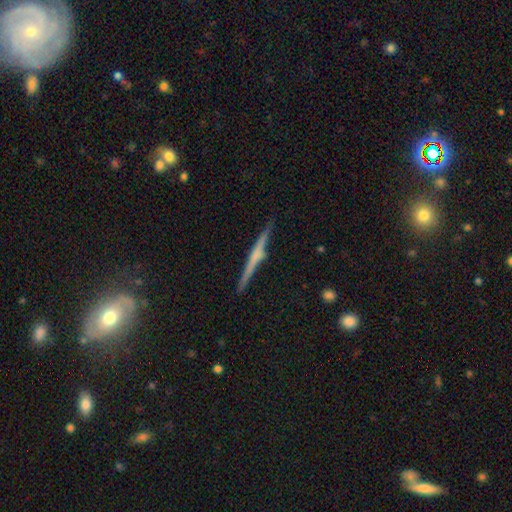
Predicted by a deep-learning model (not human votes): smooth-or-featured: featured or disk: 70% | smooth: 24% | star or artifact: 6%
  disk-edge-on: yes: 98% | no: 2%
    edge-on-bulge: rounded: 49% | none: 32% | boxy: 19%
  merging: none: 89% | minor disturbance: 8% | major disturbance: 2% | merger: 2%